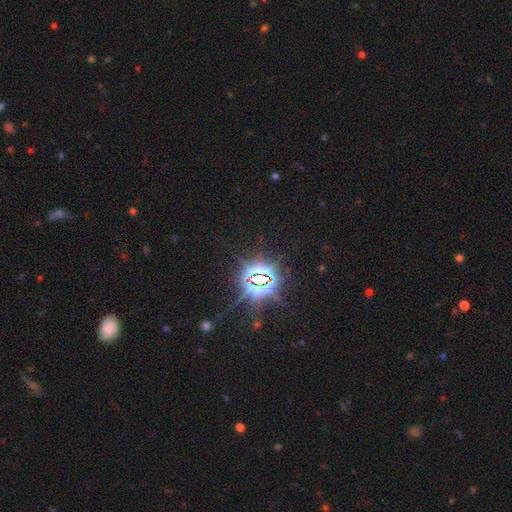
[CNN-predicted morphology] Q: Smooth or featured?
A: star or artifact (84%); runner-up: smooth (10%)